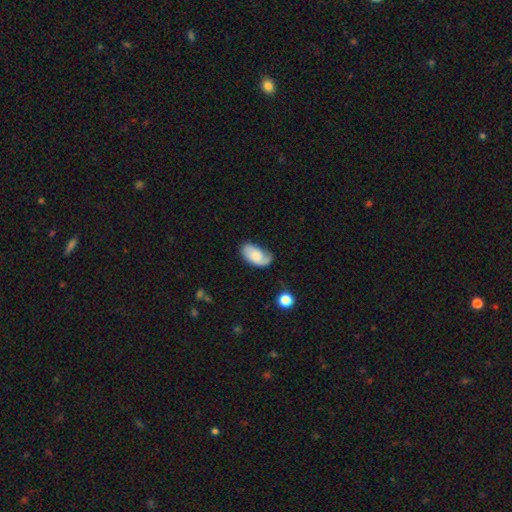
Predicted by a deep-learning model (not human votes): A featured or disk galaxy (48%). Merging: none (55%).